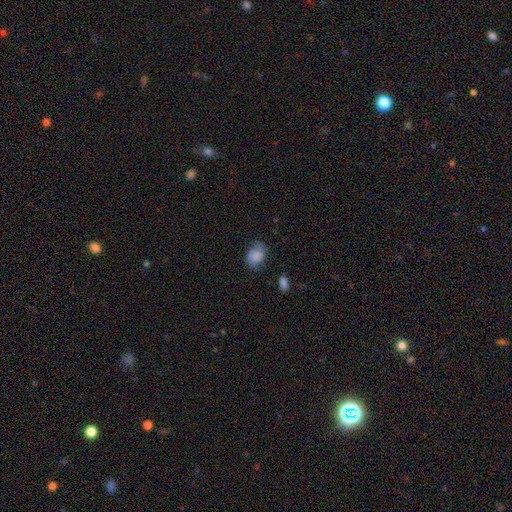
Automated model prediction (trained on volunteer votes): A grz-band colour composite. It shows a smooth galaxy with no disk features (82%) that is in between round and cigar-shaped (64%). Merging: none (59%).